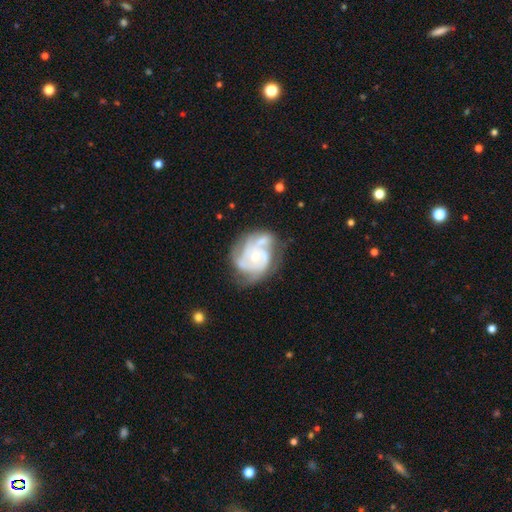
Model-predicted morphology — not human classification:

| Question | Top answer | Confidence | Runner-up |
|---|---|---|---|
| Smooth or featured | featured or disk | 84% | smooth (10%) |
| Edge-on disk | no | 98% | yes (2%) |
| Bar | no | 76% | weak (20%) |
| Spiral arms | yes | 92% | no (8%) |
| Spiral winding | tight | 58% | medium (34%) |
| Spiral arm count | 3 | 43% | can't tell (21%) |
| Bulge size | small | 49% | moderate (45%) |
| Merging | none | 52% | minor disturbance (22%) |